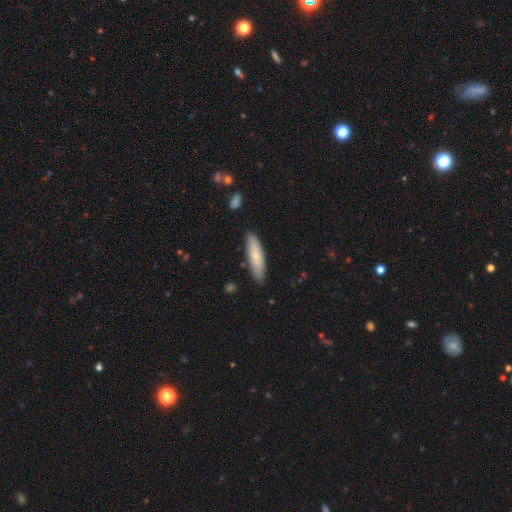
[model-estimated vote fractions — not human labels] smooth 75%, featured or disk 19%, star or artifact 6%. Down the decision tree: how rounded — cigar-shaped (67%); merging — none (85%).